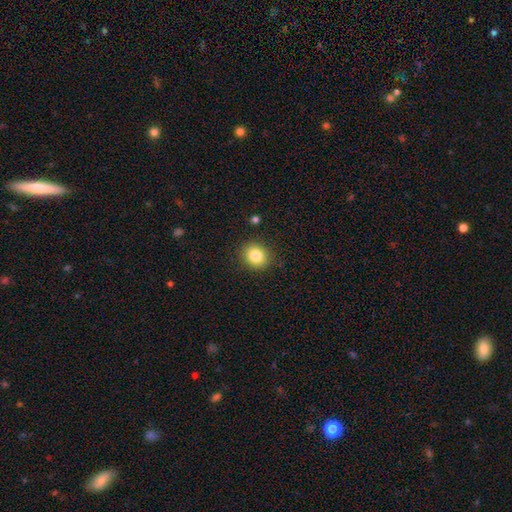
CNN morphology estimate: Q: Smooth or featured?
A: smooth (83%); runner-up: star or artifact (10%)
Q: How rounded?
A: round (75%); runner-up: in between (25%)
Q: Merging?
A: none (88%); runner-up: minor disturbance (8%)